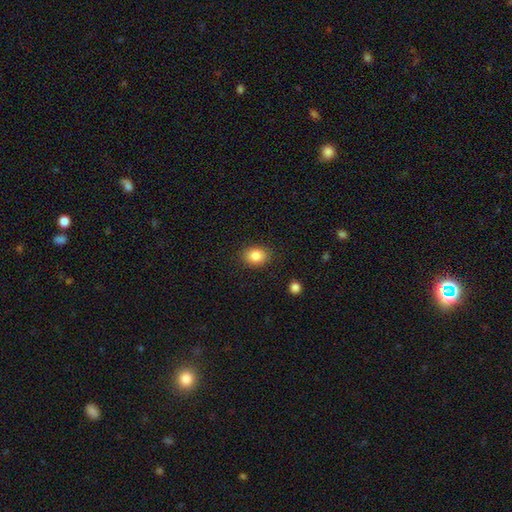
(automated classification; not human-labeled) smooth-or-featured: smooth: 85% | star or artifact: 9% | featured or disk: 6%
  how-rounded: in between: 53% | round: 46% | cigar-shaped: 1%
  merging: none: 86% | minor disturbance: 9% | major disturbance: 3% | merger: 1%